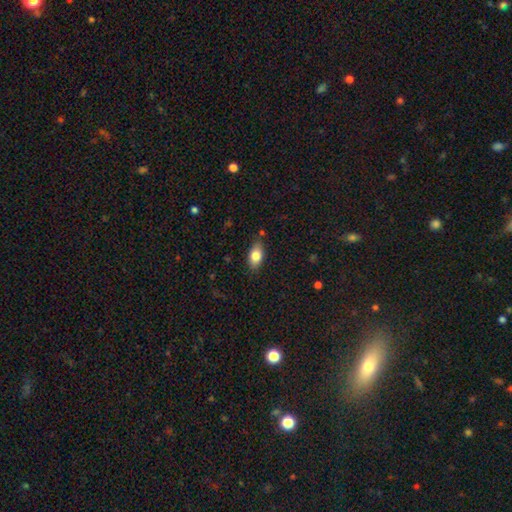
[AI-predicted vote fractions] Smooth or featured?
  - smooth: 80% *
  - featured or disk: 13%
  - star or artifact: 8%
How rounded?
  - in between: 89% *
  - round: 6%
  - cigar-shaped: 5%
Merging?
  - none: 81% *
  - minor disturbance: 15%
  - major disturbance: 3%
  - merger: 2%